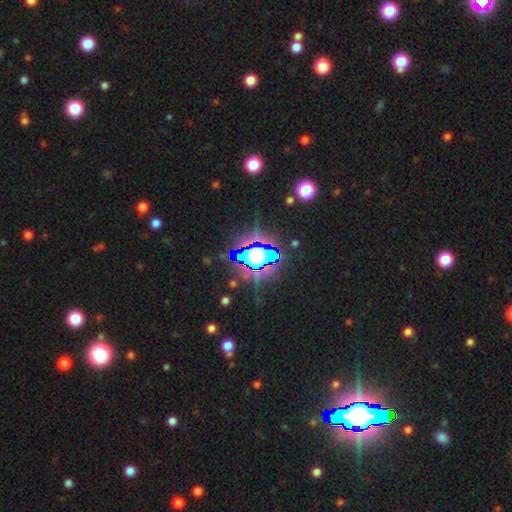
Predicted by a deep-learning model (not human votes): smooth_or_featured: star or artifact (p=0.70) [alt: smooth p=0.17]